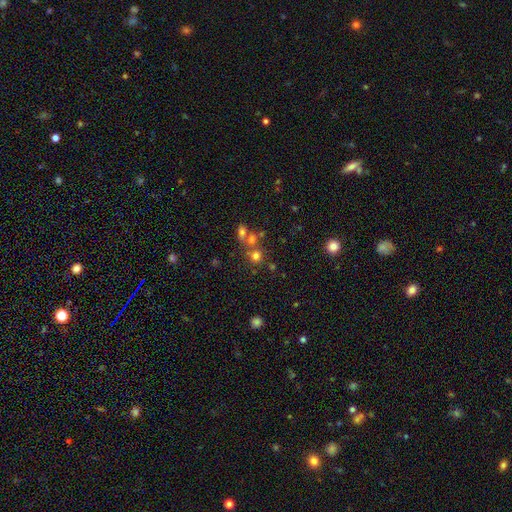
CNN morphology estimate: Q: Smooth or featured?
A: smooth (68%); runner-up: star or artifact (20%)
Q: How rounded?
A: round (87%); runner-up: in between (12%)
Q: Merging?
A: none (57%); runner-up: merger (30%)